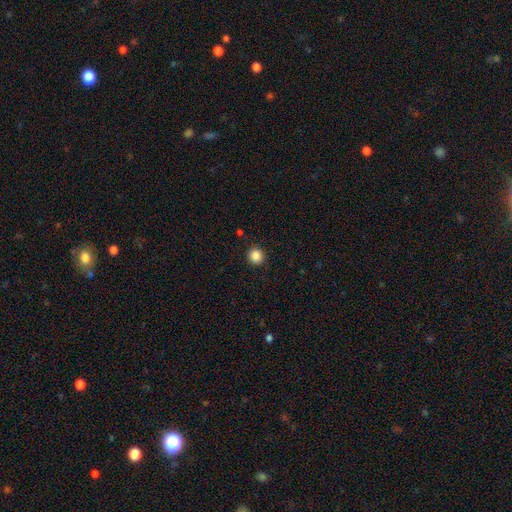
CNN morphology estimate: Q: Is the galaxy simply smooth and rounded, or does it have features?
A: smooth — 86%.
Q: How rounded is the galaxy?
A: round — 92%.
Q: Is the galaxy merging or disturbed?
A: none — 92%.